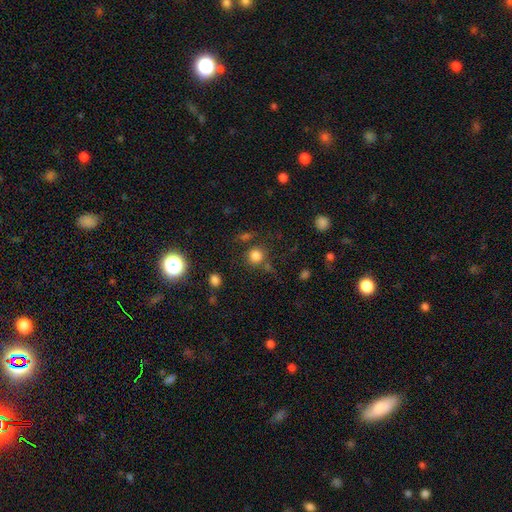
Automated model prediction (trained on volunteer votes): Morphology: type=smooth (79%); roundness=round (90%); merging=none (74%).